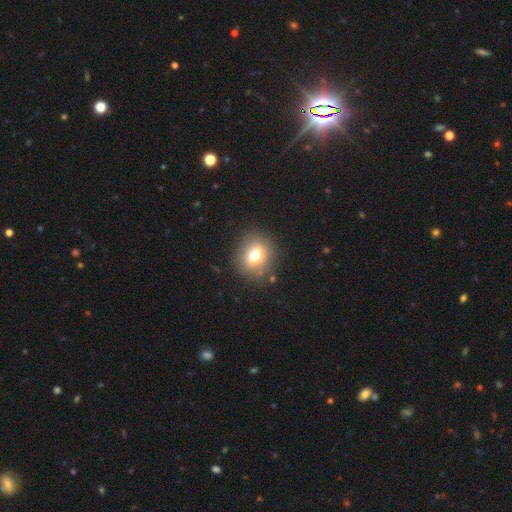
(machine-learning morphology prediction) smooth_or_featured: smooth (p=0.73) [alt: featured or disk p=0.14]
how_rounded: round (p=0.72) [alt: in between p=0.27]
merging: none (p=0.85) [alt: minor disturbance p=0.09]